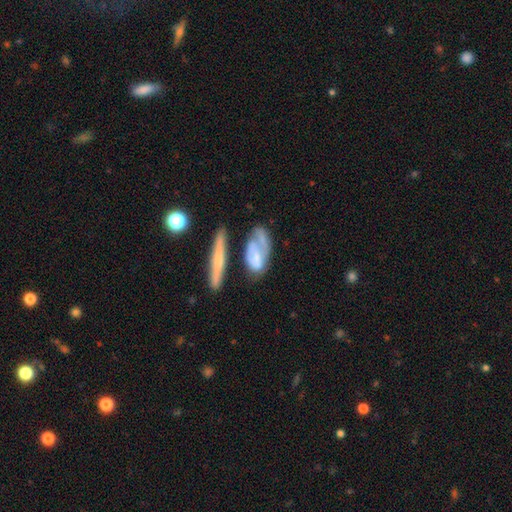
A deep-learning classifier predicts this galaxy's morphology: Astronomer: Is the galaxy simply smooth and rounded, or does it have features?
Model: featured or disk — 50% (runner-up: smooth, 43%).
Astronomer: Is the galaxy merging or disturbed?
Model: none — 39% (runner-up: minor disturbance, 25%).